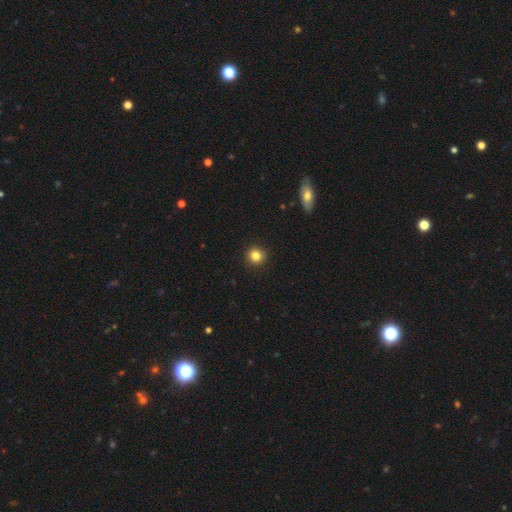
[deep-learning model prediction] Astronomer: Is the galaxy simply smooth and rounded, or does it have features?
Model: smooth — 83%.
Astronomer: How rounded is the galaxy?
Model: round — 93%.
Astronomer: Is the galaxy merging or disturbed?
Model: none — 92%.